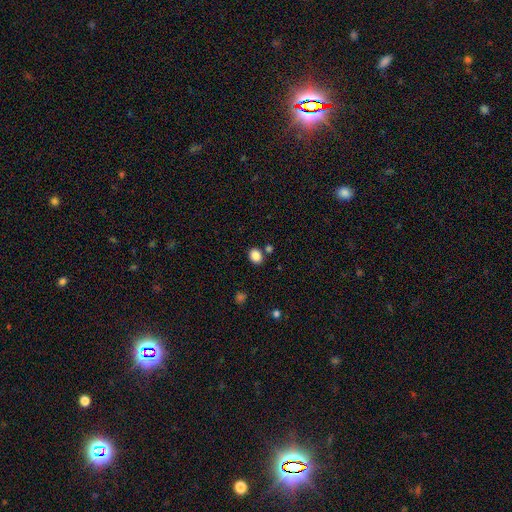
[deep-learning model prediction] This appears to be a smooth galaxy with no disk features (86%) that is in between round and cigar-shaped (54%). Merging: none (80%).